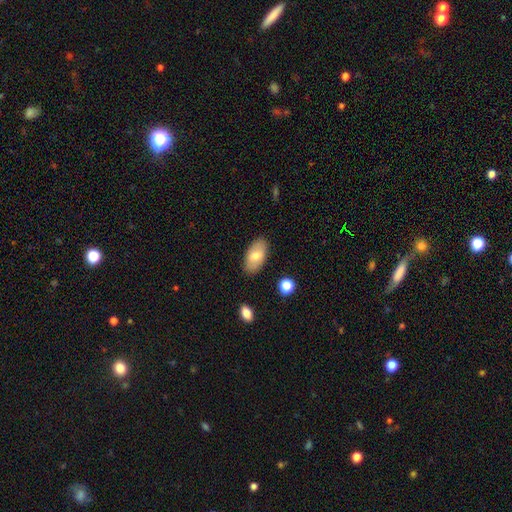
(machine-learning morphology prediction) Q: Smooth or featured?
A: smooth (70%); runner-up: featured or disk (24%)
Q: How rounded?
A: in between (94%); runner-up: round (3%)
Q: Merging?
A: none (86%); runner-up: minor disturbance (10%)